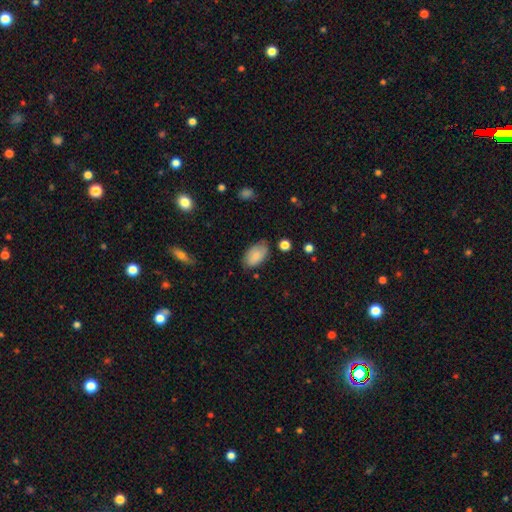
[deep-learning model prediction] Smooth or featured? smooth (81%)
How rounded? in between (93%)
Merging? none (71%)